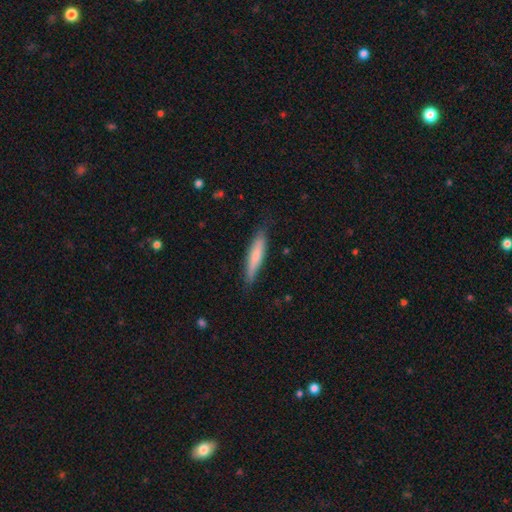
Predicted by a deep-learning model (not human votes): A smooth galaxy with no disk features (71%) that is cigar-shaped (88%).

Vote fractions:
- Smooth or featured? smooth: 71% / featured or disk: 24% / star or artifact: 6%
- How rounded? cigar-shaped: 88% / in between: 10% / round: 1%
- Merging? none: 82% / minor disturbance: 14% / major disturbance: 2% / merger: 1%